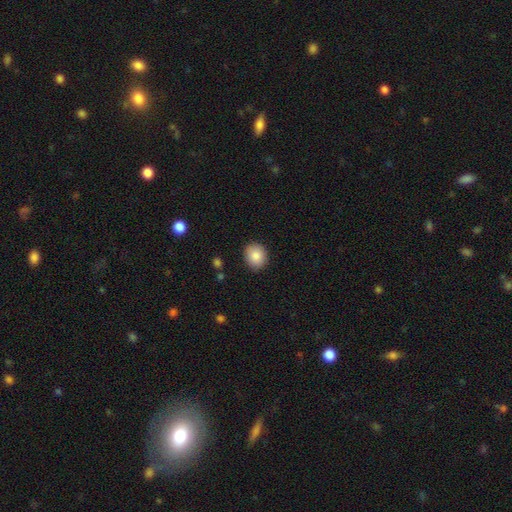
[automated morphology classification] Overall: smooth (86%). How rounded: round (69%; in between 31%). Merging: none (87%).